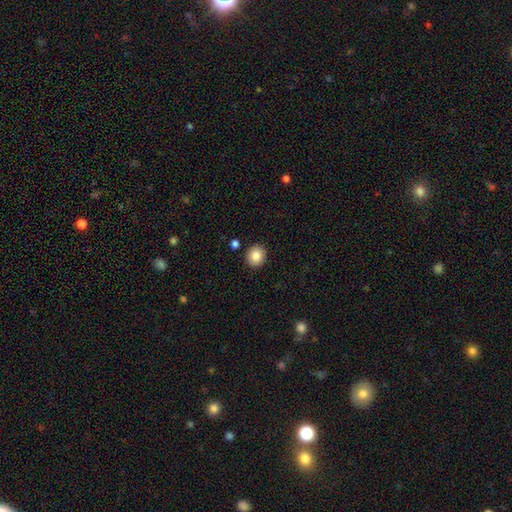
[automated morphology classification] Overall: smooth (85%). How rounded: round (87%). Merging: none (90%).